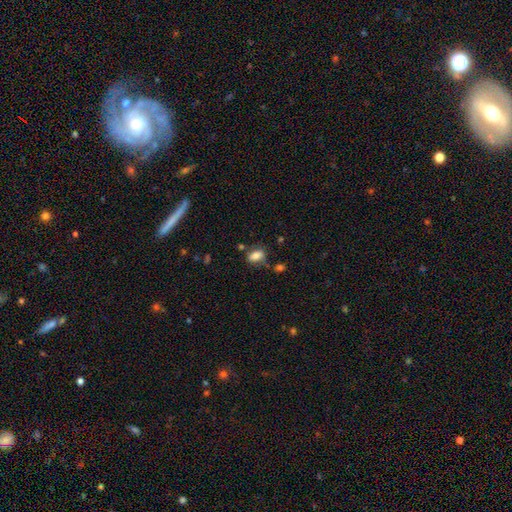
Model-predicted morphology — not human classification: smooth 78%, featured or disk 12%, star or artifact 10%. Down the decision tree: how rounded — in between (85%); merging — none (60%).